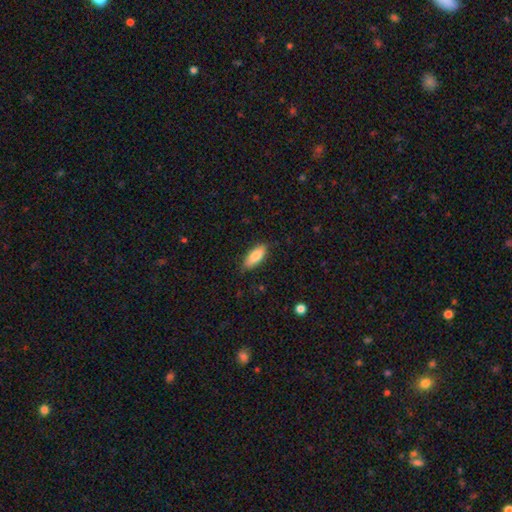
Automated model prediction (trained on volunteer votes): smooth 84%, featured or disk 10%, star or artifact 6%. Down the decision tree: how rounded — in between (77%); merging — none (84%).